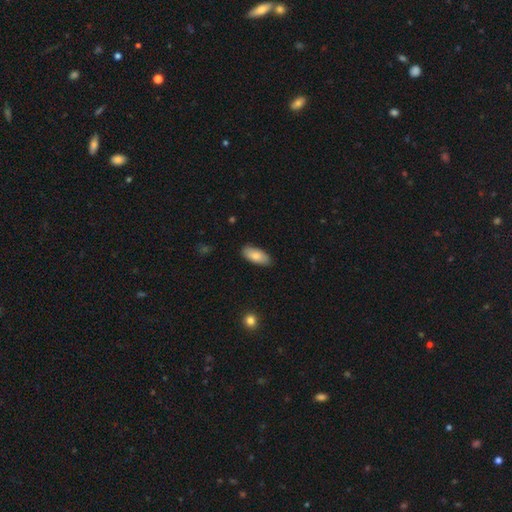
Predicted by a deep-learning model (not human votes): Q: Smooth or featured?
A: smooth (82%); runner-up: featured or disk (12%)
Q: How rounded?
A: in between (88%); runner-up: cigar-shaped (10%)
Q: Merging?
A: none (85%); runner-up: minor disturbance (12%)